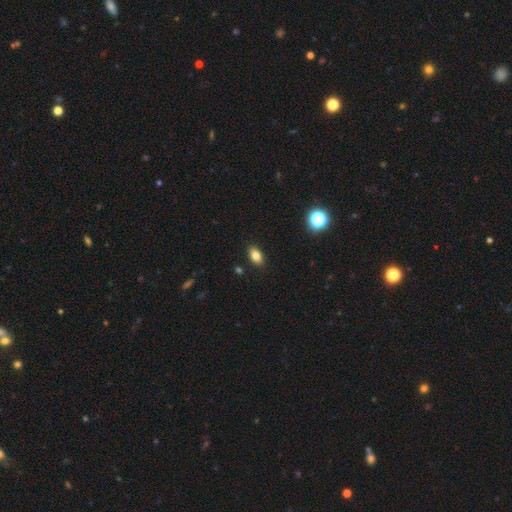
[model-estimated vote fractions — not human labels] Smooth or featured: smooth — 81% (star or artifact — 10%)
How rounded: in between — 88% (round — 9%)
Merging: none — 89% (minor disturbance — 8%)